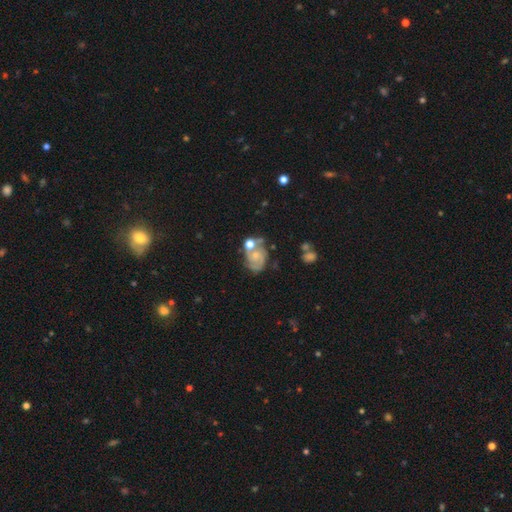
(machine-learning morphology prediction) Smooth or featured? Predicted: featured or disk (p=0.72). Edge-on disk? Predicted: no (p=0.98). Bar? Predicted: no (p=0.71). Spiral arms? Predicted: yes (p=0.90). Spiral winding? Predicted: medium (p=0.45). Spiral arm count? Predicted: 2 (p=0.61). Bulge size? Predicted: small (p=0.55). Merging? Predicted: none (p=0.44).